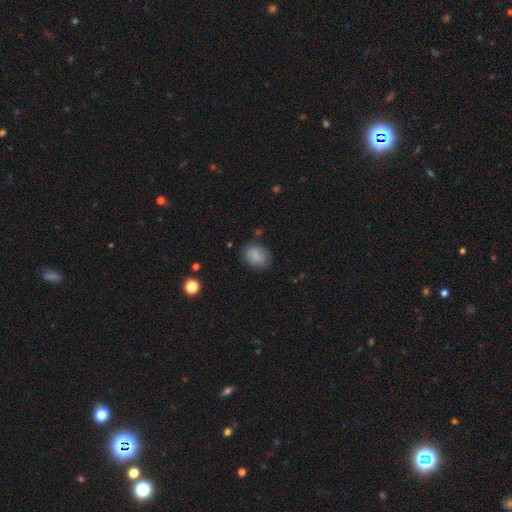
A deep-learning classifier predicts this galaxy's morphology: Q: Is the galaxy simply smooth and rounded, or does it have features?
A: smooth — 83%.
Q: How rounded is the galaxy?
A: round — 51%.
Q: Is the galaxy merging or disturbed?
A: none — 79%.